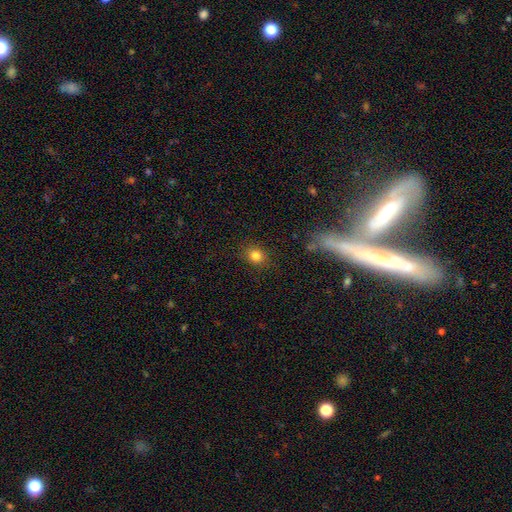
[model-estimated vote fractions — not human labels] smooth_or_featured: smooth (p=0.81) [alt: star or artifact p=0.13]
how_rounded: round (p=0.68) [alt: in between p=0.31]
merging: none (p=0.86) [alt: minor disturbance p=0.09]